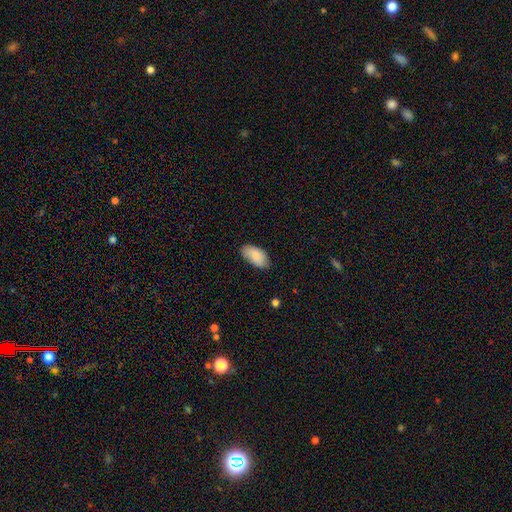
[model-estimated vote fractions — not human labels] smooth_or_featured: smooth (p=0.86) [alt: featured or disk p=0.08]
how_rounded: in between (p=0.95) [alt: round p=0.03]
merging: none (p=0.77) [alt: minor disturbance p=0.19]